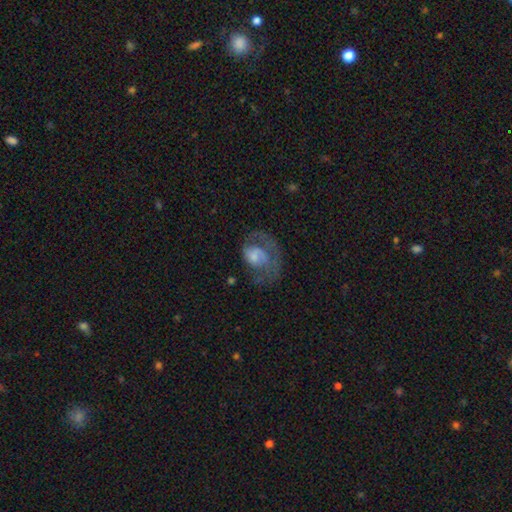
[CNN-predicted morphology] A featured or disk galaxy (59%) with no bar (73%), spiral arms (73%) and a moderate central bulge (35%). Merging: major disturbance (41%).